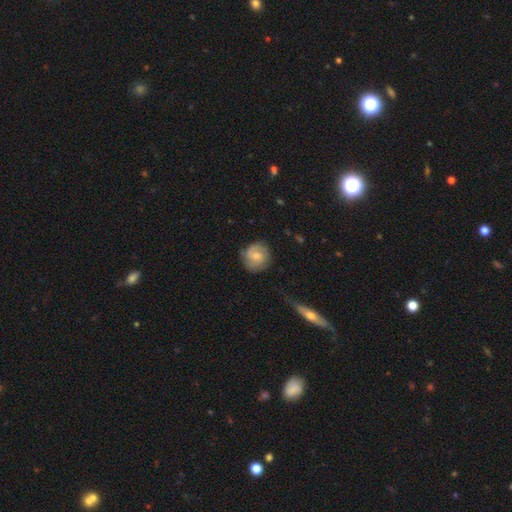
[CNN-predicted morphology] A featured or disk galaxy (56%) with no bar (59%), spiral arms (89%) and a small central bulge (46%).

Vote fractions:
- Smooth or featured? featured or disk: 56% / smooth: 38% / star or artifact: 7%
- Edge-on disk? no: 98% / yes: 2%
- Bar? no: 59% / weak: 36% / strong: 5%
- Spiral arms? yes: 89% / no: 11%
- Bulge size? small: 46% / moderate: 45% / none: 6% / large: 3% / dominant: 1%
- Merging? none: 72% / minor disturbance: 20% / major disturbance: 6% / merger: 2%